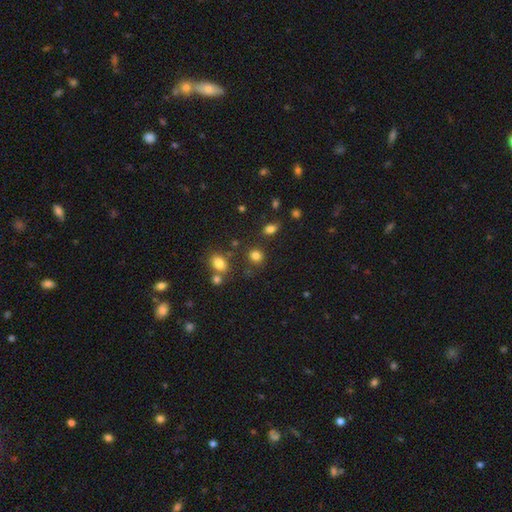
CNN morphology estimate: The model was most divided on "how rounded": round: 72%, in between: 27%, cigar-shaped: 1%. More confident: smooth or featured — smooth (81%); merging — none (76%).